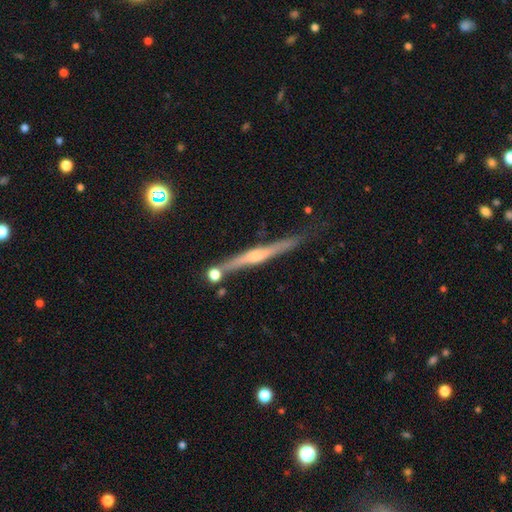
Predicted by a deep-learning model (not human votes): Smooth or featured? featured or disk (71%)
Edge-on disk? yes (97%)
Edge-on bulge? rounded (77%)
Merging? none (74%)